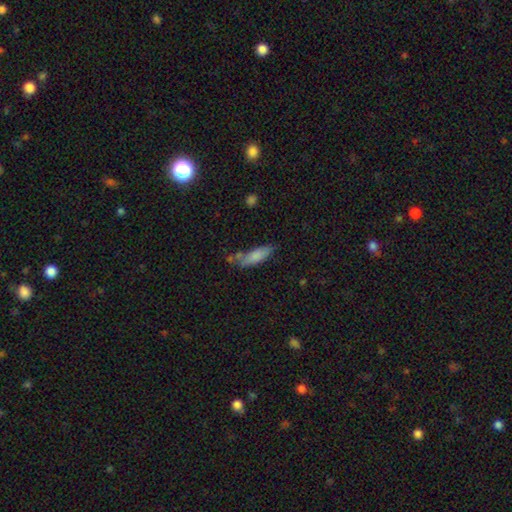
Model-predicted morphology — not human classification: smooth-or-featured: smooth: 80% | featured or disk: 13% | star or artifact: 7%
  how-rounded: cigar-shaped: 52% | in between: 46% | round: 2%
  merging: none: 55% | minor disturbance: 26% | merger: 12% | major disturbance: 8%